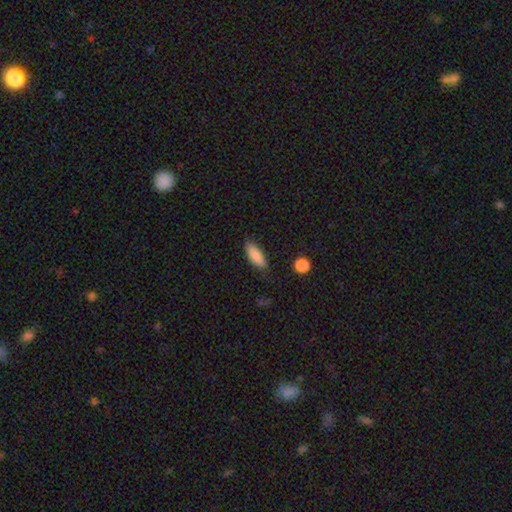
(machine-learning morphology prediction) Smooth or featured?
  - smooth: 87% *
  - star or artifact: 7%
  - featured or disk: 7%
How rounded?
  - in between: 67% *
  - cigar-shaped: 30%
  - round: 2%
Merging?
  - none: 78% *
  - minor disturbance: 16%
  - major disturbance: 4%
  - merger: 2%